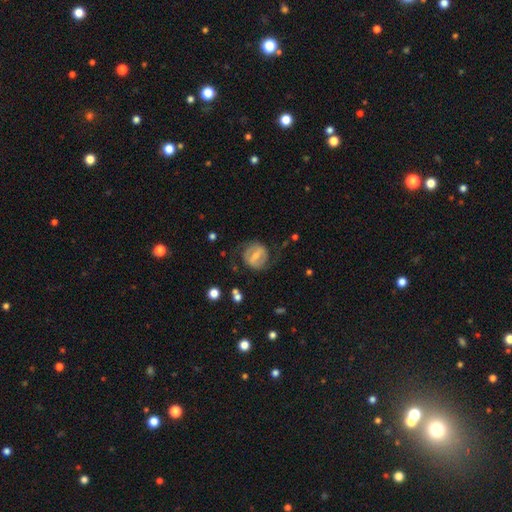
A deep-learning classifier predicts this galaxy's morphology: Smooth or featured? featured or disk (61%)
Edge-on disk? no (93%)
Bar? strong (55%)
Spiral arms? no (51%)
Bulge size? moderate (46%)
Merging? none (67%)